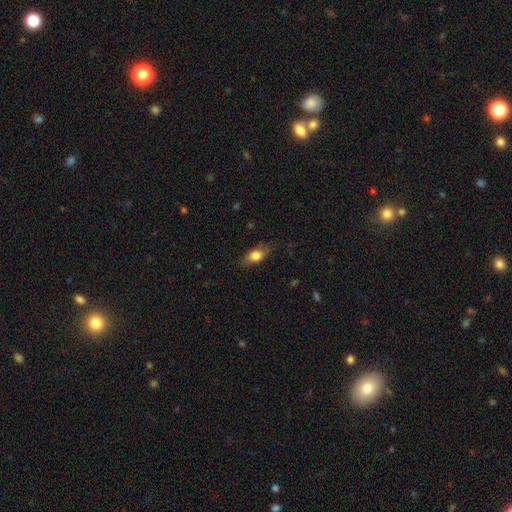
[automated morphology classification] This is likely a smooth galaxy (78%). How rounded: clearly in between (81%). Merging: likely none (77%).